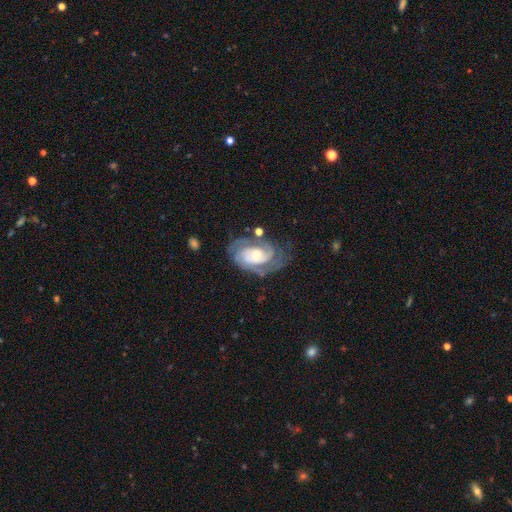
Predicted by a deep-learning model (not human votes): This is clearly a featured or disk galaxy (88%). It is clearly not viewed edge-on (97%). Bar: likely no (64%). Spiral arm pattern: clearly yes (96%). Spiral arm count: possibly 2 (47%). Spiral winding: likely tight (62%). Central bulge: possibly moderate (52%). Merging: likely none (65%).